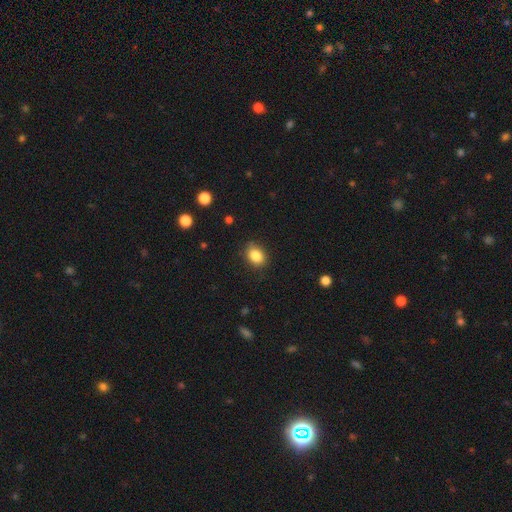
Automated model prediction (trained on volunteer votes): smooth-or-featured: smooth: 85% | star or artifact: 9% | featured or disk: 5%
  how-rounded: in between: 61% | round: 38% | cigar-shaped: 1%
  merging: none: 81% | minor disturbance: 14% | major disturbance: 3% | merger: 1%